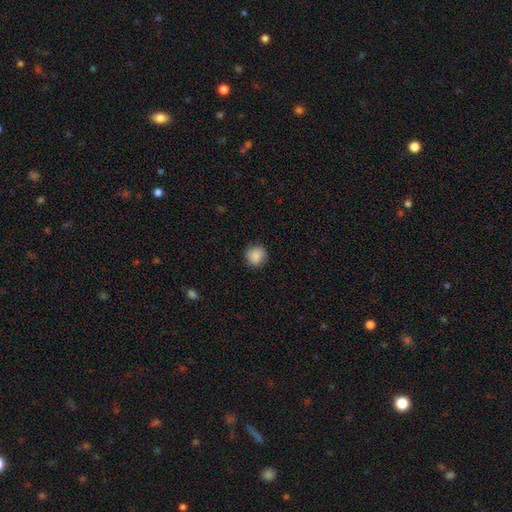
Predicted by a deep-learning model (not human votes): Morphology: type=smooth (87%); roundness=round (91%); merging=none (86%).